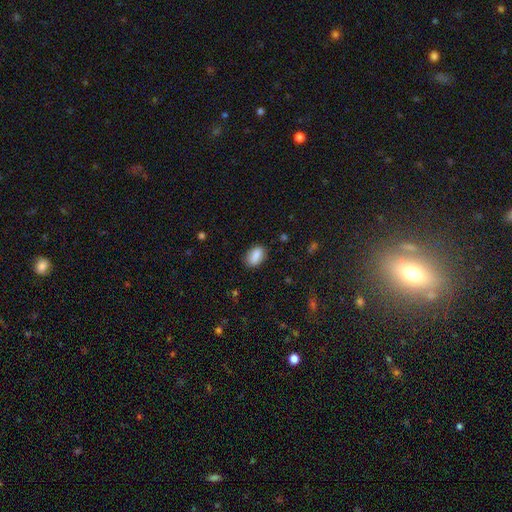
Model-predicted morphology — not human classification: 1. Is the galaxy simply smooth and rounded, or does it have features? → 86% smooth, 8% star or artifact, 6% featured or disk.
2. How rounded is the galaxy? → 89% in between, 7% round, 4% cigar-shaped.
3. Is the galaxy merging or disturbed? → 84% none, 12% minor disturbance, 3% major disturbance, 2% merger.